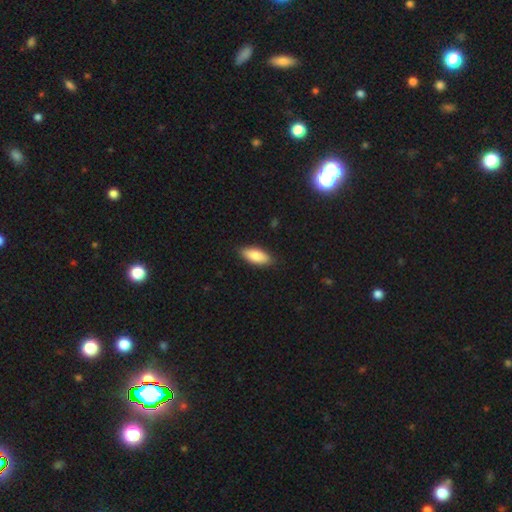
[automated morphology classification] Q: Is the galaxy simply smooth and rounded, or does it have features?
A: smooth — 84%.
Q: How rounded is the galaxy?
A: in between — 84%.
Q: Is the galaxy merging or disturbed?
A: none — 87%.